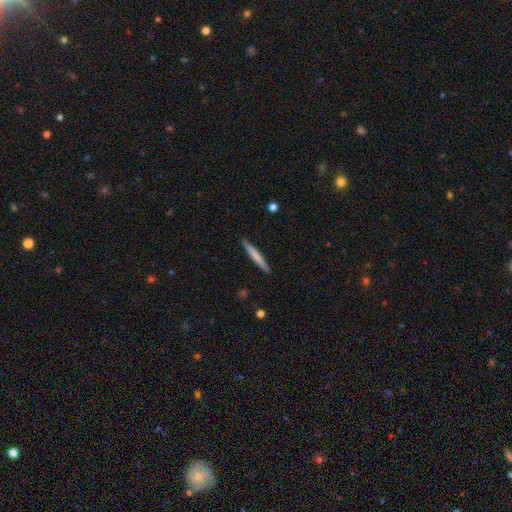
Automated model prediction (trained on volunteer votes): Morphology: type=smooth (68%); roundness=cigar-shaped (96%); merging=none (91%).